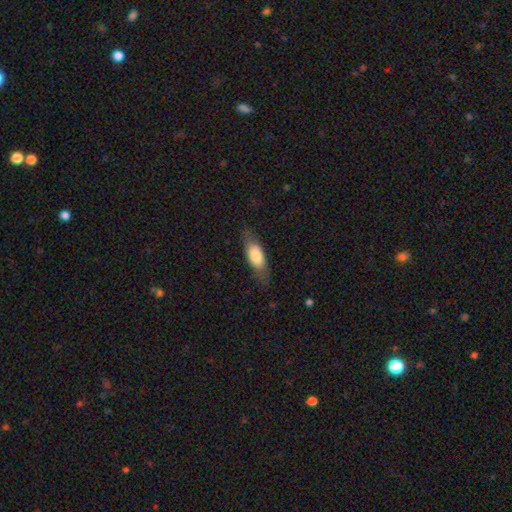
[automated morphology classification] The model was most divided on "how rounded": in between: 70%, cigar-shaped: 27%, round: 3%. More confident: merging — none (74%); smooth or featured — smooth (73%).